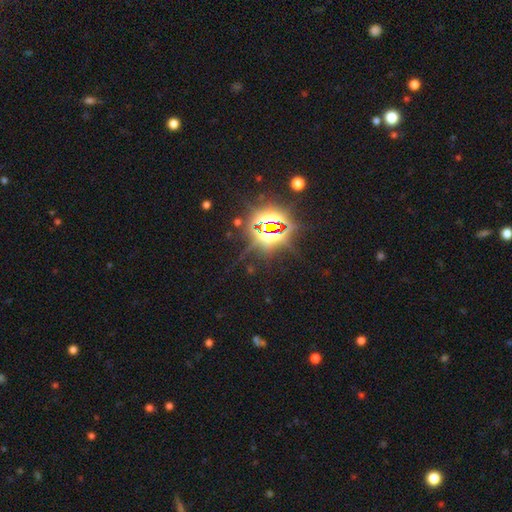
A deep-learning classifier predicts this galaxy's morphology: type=star or artifact (85%).